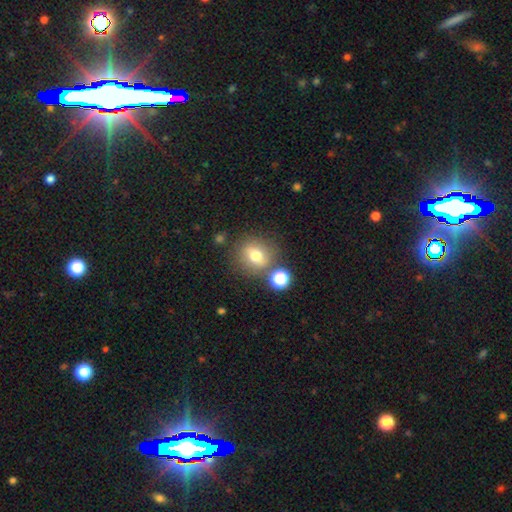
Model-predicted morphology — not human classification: Smooth or featured? smooth (68%)
How rounded? round (74%)
Merging? none (72%)